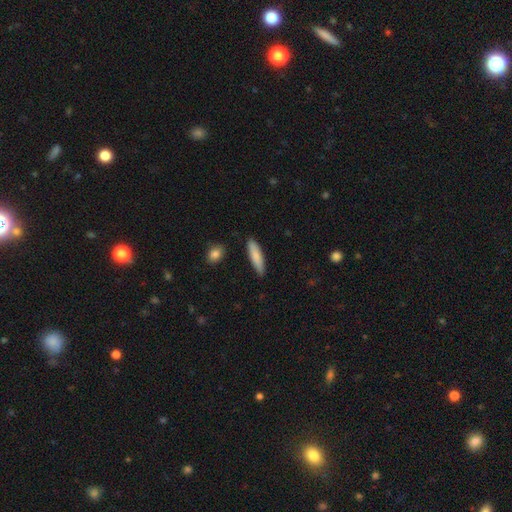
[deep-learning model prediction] Smooth or featured: smooth — 84% (featured or disk — 10%)
How rounded: cigar-shaped — 74% (in between — 25%)
Merging: none — 87% (minor disturbance — 10%)